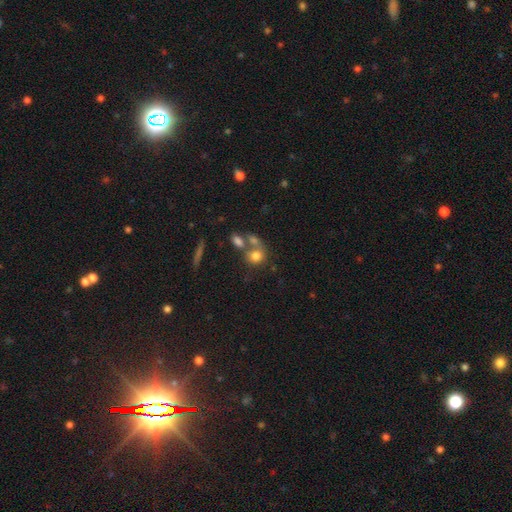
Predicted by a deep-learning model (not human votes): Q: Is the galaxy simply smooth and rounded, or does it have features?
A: smooth — 74%.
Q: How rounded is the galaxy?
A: round — 70%.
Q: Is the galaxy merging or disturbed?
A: merger — 44%.